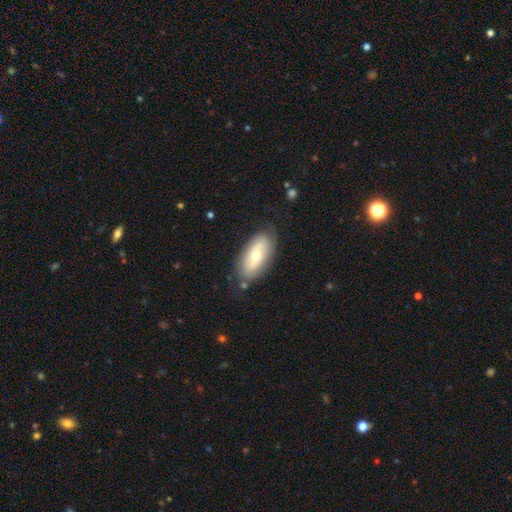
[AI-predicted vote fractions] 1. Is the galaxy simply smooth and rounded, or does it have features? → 47% featured or disk (tied), 47% smooth (tied), 6% star or artifact.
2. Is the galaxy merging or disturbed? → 76% none, 17% minor disturbance, 5% major disturbance, 2% merger.